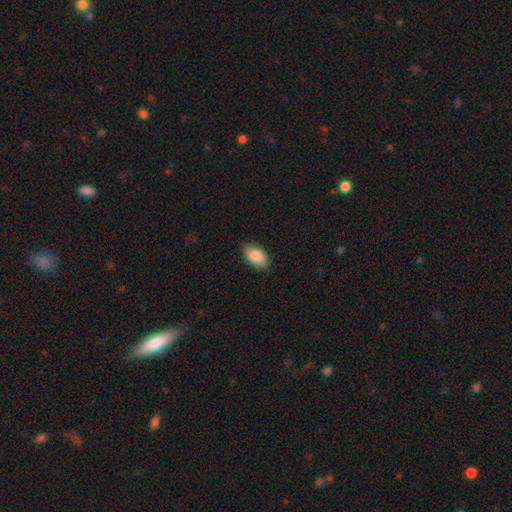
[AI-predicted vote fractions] This appears to be a smooth galaxy with no disk features (86%) that is in between round and cigar-shaped (93%). Merging: none (85%).